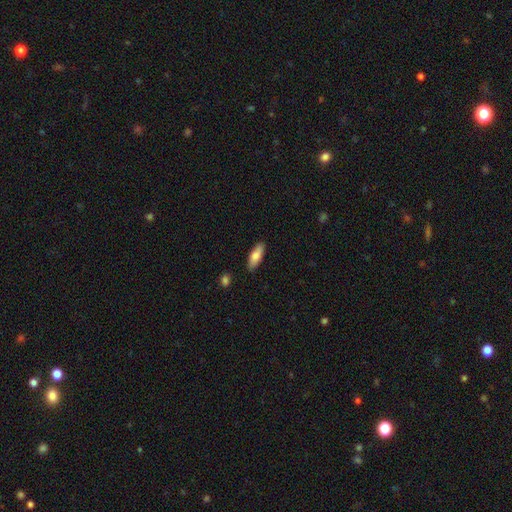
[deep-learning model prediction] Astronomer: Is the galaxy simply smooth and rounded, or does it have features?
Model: smooth — 79%.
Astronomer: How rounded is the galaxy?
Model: in between — 65%.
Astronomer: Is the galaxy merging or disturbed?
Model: none — 87%.